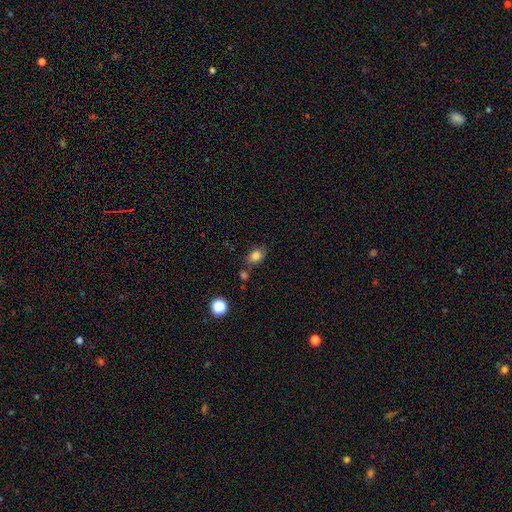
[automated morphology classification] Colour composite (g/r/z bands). It shows a smooth galaxy with no disk features (81%) that is in between round and cigar-shaped (61%). Merging: none (68%).